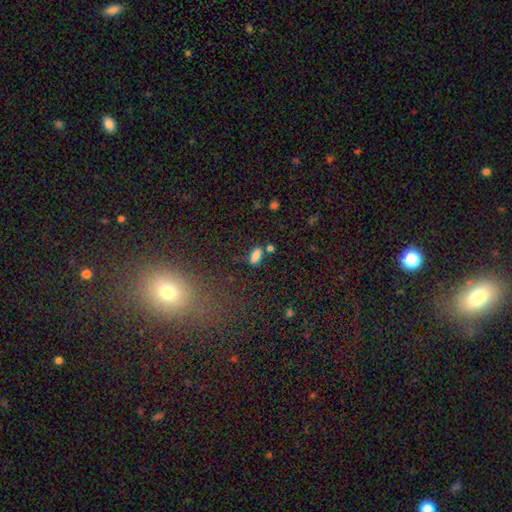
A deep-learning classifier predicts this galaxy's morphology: Smooth or featured?
  - smooth: 82% *
  - star or artifact: 11%
  - featured or disk: 7%
How rounded?
  - in between: 89% *
  - cigar-shaped: 7%
  - round: 4%
Merging?
  - none: 68% *
  - minor disturbance: 17%
  - merger: 10%
  - major disturbance: 5%